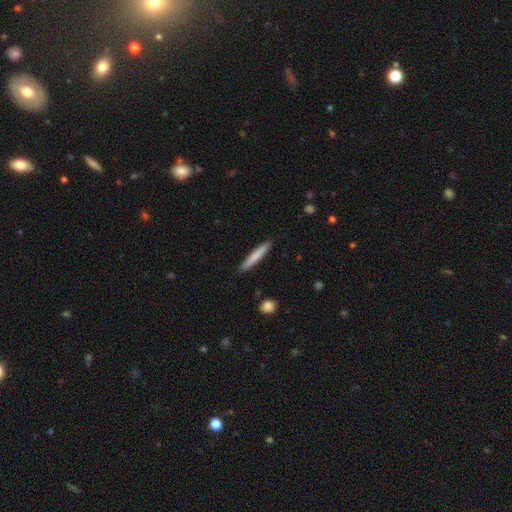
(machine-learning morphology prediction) Smooth or featured?
  - smooth: 76% *
  - featured or disk: 19%
  - star or artifact: 5%
How rounded?
  - cigar-shaped: 94% *
  - in between: 4%
  - round: 1%
Merging?
  - none: 90% *
  - minor disturbance: 7%
  - major disturbance: 1%
  - merger: 1%